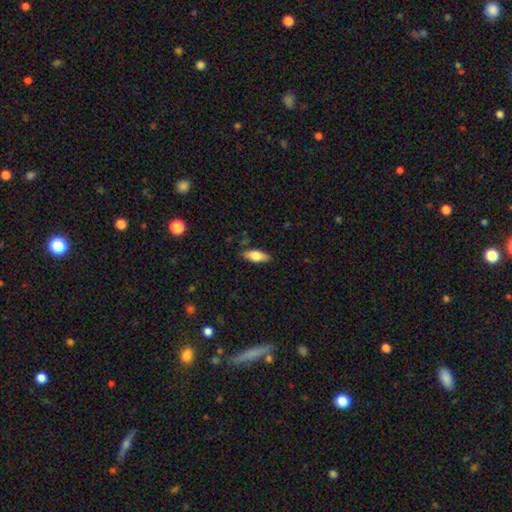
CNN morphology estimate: type=smooth (70%); roundness=in between (74%); merging=none (84%).